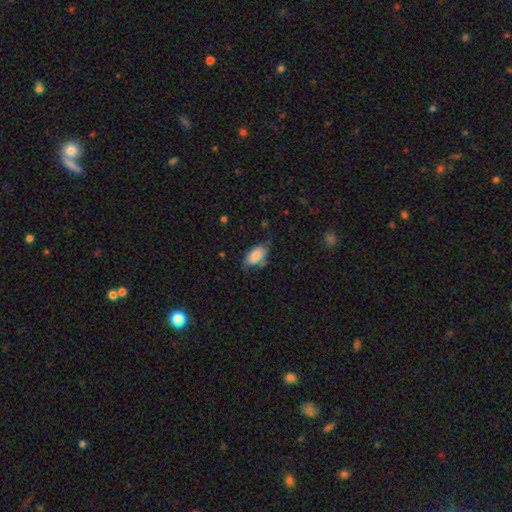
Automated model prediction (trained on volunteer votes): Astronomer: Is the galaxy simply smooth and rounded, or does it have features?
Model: smooth — 71%.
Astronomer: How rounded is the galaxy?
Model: in between — 93%.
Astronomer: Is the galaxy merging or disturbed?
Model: none — 47% (runner-up: minor disturbance, 35%).